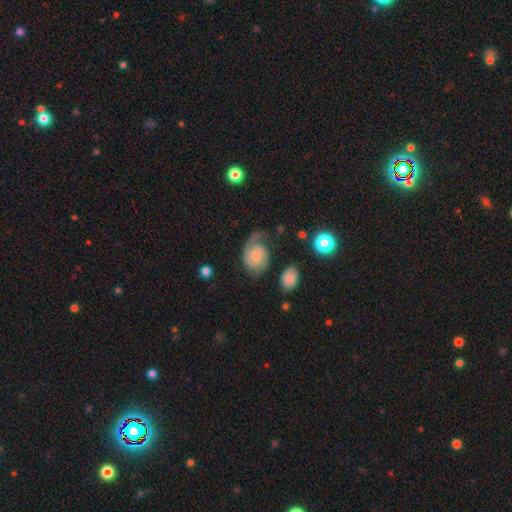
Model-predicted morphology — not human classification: smooth_or_featured: featured or disk (p=0.78) [alt: smooth p=0.16]
disk_edge_on: no (p=0.98) [alt: yes p=0.02]
bar: no (p=0.67) [alt: weak p=0.28]
has_spiral_arms: yes (p=0.96) [alt: no p=0.04]
spiral_winding: medium (p=0.44) [alt: tight p=0.38]
spiral_arm_count: 2 (p=0.74) [alt: 1 p=0.14]
bulge_size: small (p=0.59) [alt: moderate p=0.27]
merging: none (p=0.56) [alt: minor disturbance p=0.24]